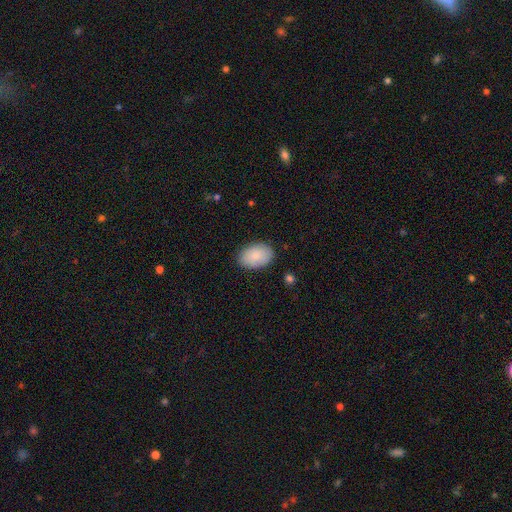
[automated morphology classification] smooth 88%, featured or disk 6%, star or artifact 6%. Down the decision tree: how rounded — in between (89%); merging — none (86%).